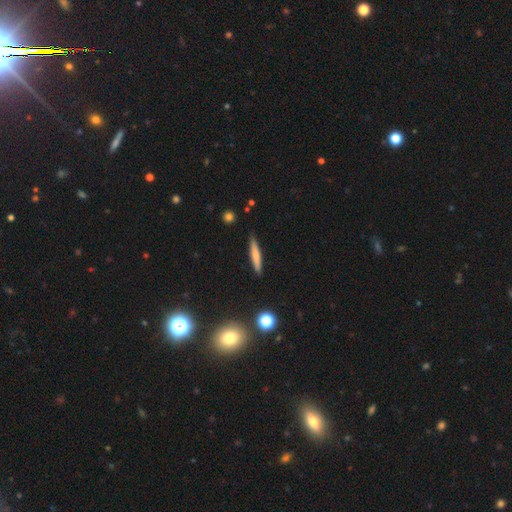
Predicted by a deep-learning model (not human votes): Morphology: type=smooth (66%); roundness=cigar-shaped (93%); merging=none (88%).